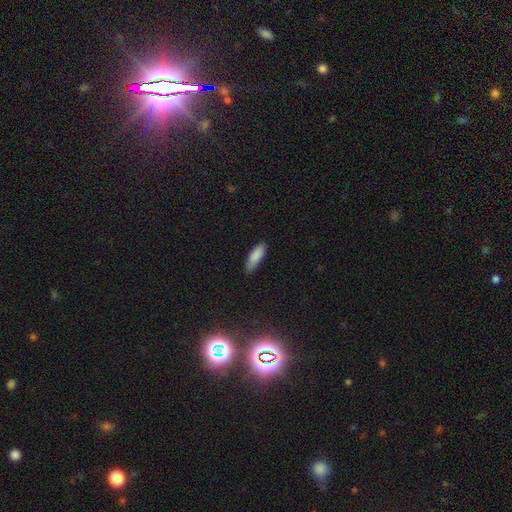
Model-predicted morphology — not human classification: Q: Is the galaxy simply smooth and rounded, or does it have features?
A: smooth — 87%.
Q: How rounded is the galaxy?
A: in between — 54%.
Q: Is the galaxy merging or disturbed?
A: none — 80%.